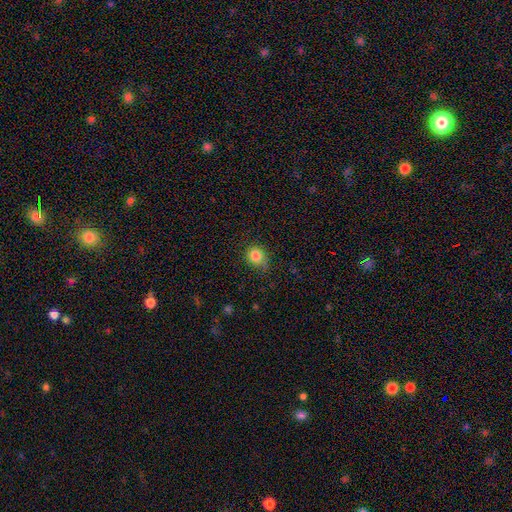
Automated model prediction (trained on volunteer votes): smooth 83%, star or artifact 11%, featured or disk 6%. Down the decision tree: how rounded — round (81%); merging — none (67%).